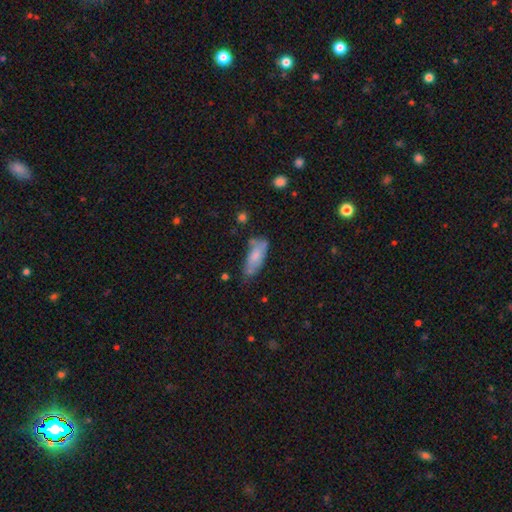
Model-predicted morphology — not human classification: Smooth or featured? Predicted: smooth (p=0.71). How rounded? Predicted: in between (p=0.75). Merging? Predicted: none (p=0.46).